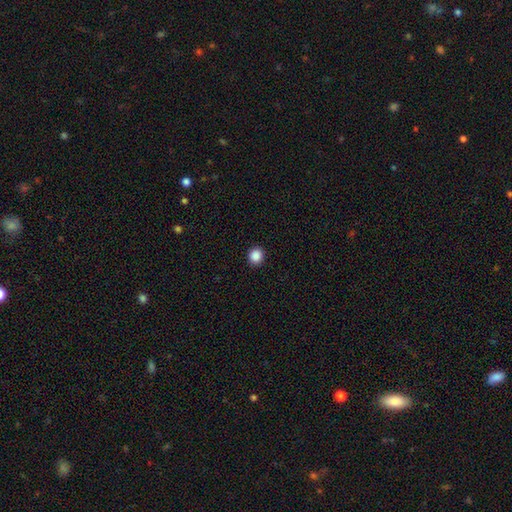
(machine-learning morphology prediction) A smooth galaxy with no disk features (88%) that is round (87%). Merging: none (93%).